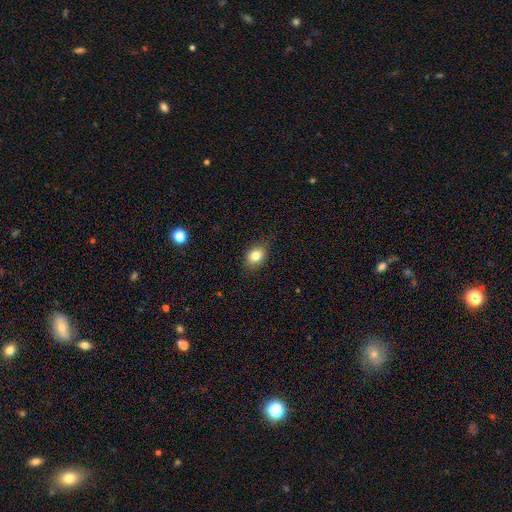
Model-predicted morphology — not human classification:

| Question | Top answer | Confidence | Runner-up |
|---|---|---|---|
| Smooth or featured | smooth | 81% | star or artifact (10%) |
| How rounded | in between | 67% | round (32%) |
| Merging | none | 82% | minor disturbance (14%) |